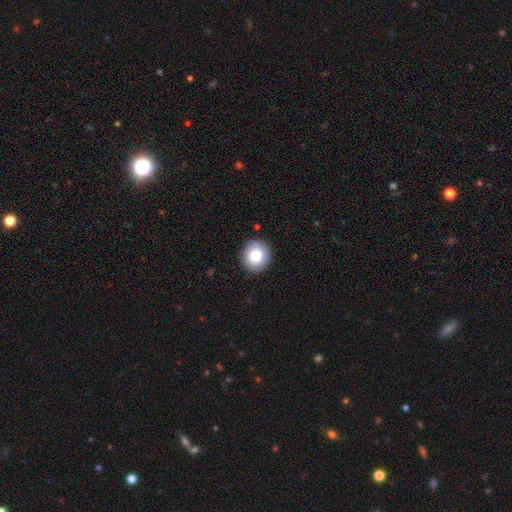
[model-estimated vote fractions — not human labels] The model was most divided on "smooth or featured": smooth: 83%, featured or disk: 9%, star or artifact: 8%. More confident: how rounded — round (90%); merging — none (89%).